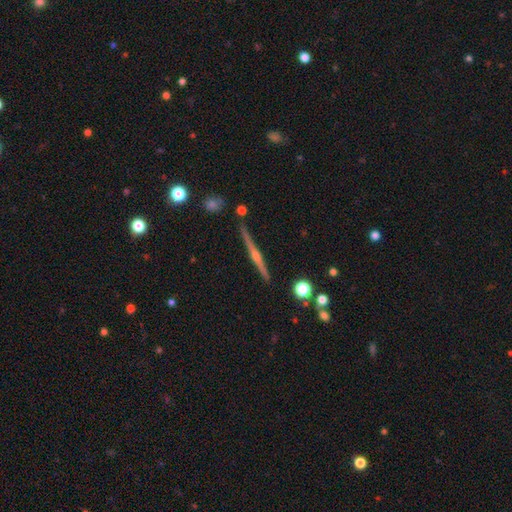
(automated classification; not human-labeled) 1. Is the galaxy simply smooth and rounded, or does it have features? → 81% featured or disk, 13% smooth, 6% star or artifact.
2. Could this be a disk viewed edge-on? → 98% yes, 2% no.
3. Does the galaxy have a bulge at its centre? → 84% rounded, 10% none, 6% boxy.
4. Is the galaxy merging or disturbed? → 89% none, 7% minor disturbance, 2% merger, 2% major disturbance.